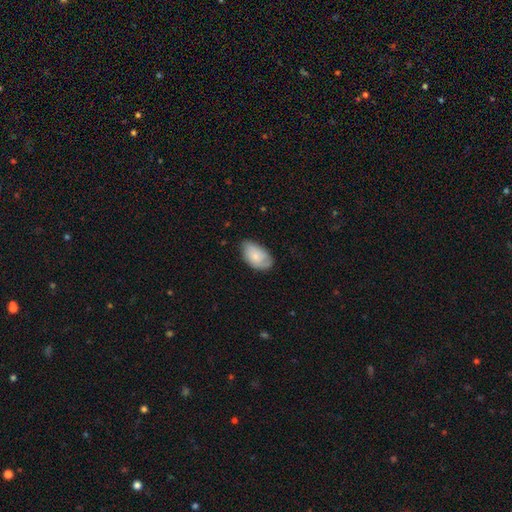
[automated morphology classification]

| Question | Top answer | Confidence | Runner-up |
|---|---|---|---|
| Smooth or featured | smooth | 74% | featured or disk (20%) |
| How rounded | in between | 94% | round (5%) |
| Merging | none | 64% | minor disturbance (29%) |